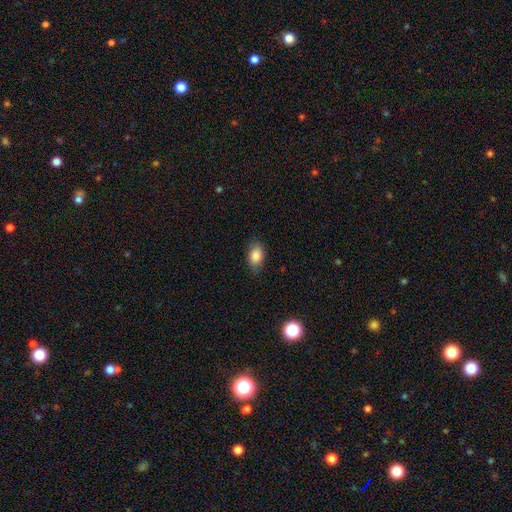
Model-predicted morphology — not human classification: Smooth or featured?
  - smooth: 85% *
  - star or artifact: 8%
  - featured or disk: 7%
How rounded?
  - in between: 85% *
  - round: 12%
  - cigar-shaped: 2%
Merging?
  - none: 78% *
  - minor disturbance: 17%
  - major disturbance: 4%
  - merger: 1%